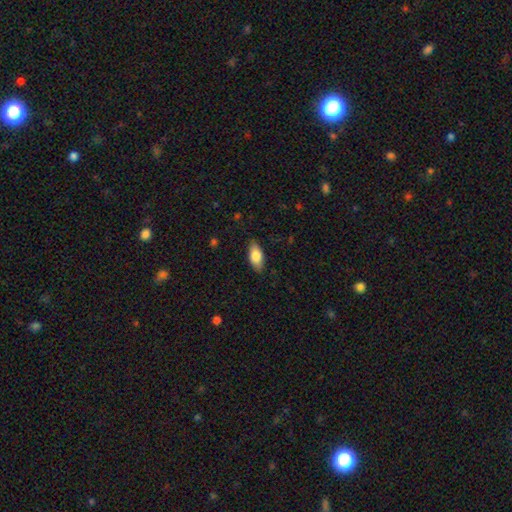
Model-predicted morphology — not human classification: This is likely a smooth galaxy (79%). How rounded: clearly in between (88%). Merging: clearly none (84%).